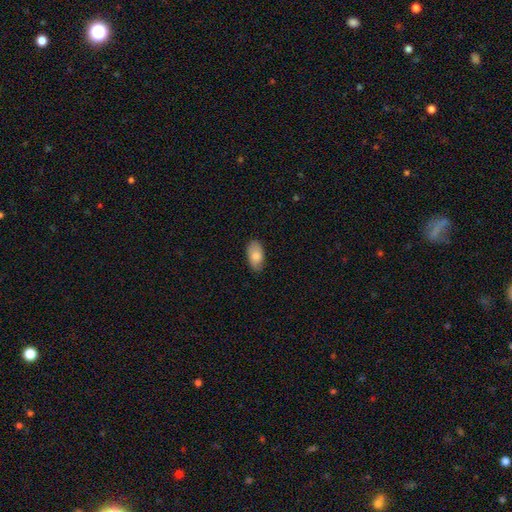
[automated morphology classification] type=smooth (80%); roundness=in between (94%); merging=none (82%).